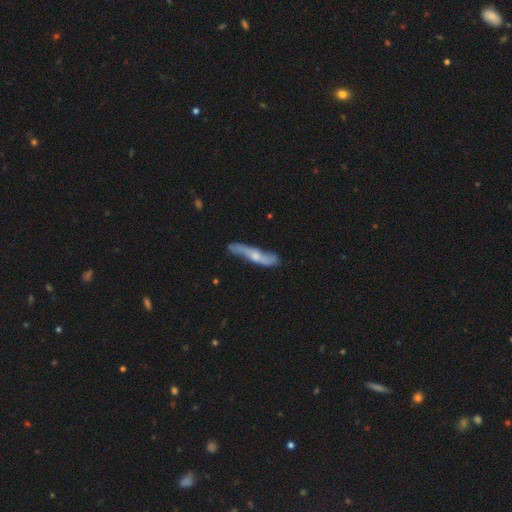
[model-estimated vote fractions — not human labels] Smooth or featured? Predicted: featured or disk (p=0.61). Edge-on disk? Predicted: yes (p=0.55). Merging? Predicted: none (p=0.65).